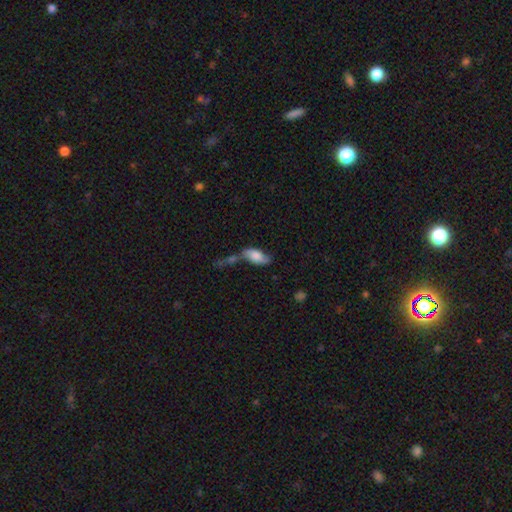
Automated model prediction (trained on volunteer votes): smooth 65%, featured or disk 27%, star or artifact 8%. Down the decision tree: how rounded — in between (86%); merging — merger (42%).